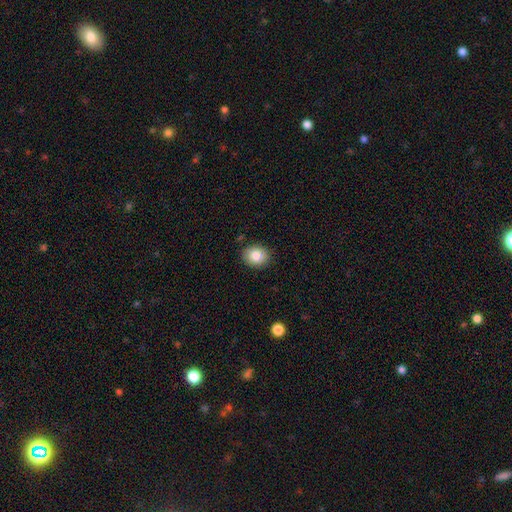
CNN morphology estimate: The model was most divided on "how rounded": round: 61%, in between: 38%, cigar-shaped: 1%. More confident: merging — none (87%); smooth or featured — smooth (83%).